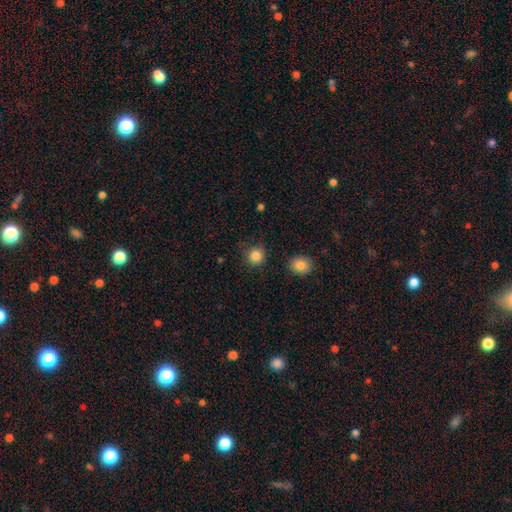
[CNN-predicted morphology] The model was most divided on "smooth or featured": smooth: 85%, star or artifact: 11%, featured or disk: 4%. More confident: how rounded — round (92%); merging — none (87%).